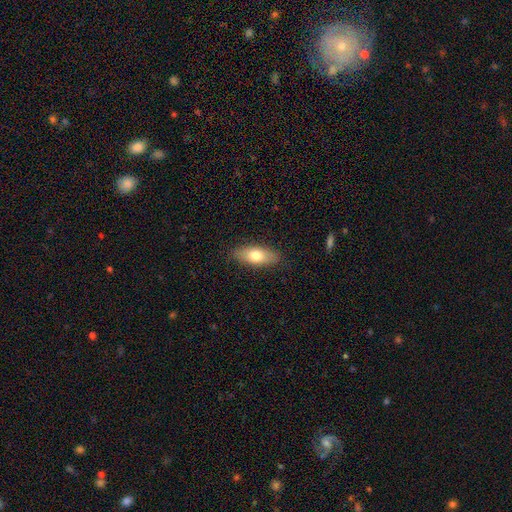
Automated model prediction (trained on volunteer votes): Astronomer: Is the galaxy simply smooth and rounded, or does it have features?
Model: smooth — 73%.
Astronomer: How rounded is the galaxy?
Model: in between — 81%.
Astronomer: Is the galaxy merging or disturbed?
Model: none — 86%.